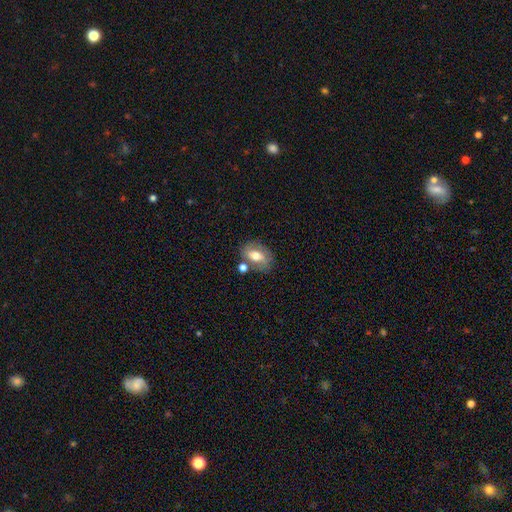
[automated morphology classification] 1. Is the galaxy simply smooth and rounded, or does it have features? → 61% smooth, 30% featured or disk, 9% star or artifact.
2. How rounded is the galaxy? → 79% in between, 19% round, 2% cigar-shaped.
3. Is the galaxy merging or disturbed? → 62% none, 17% minor disturbance, 16% merger, 6% major disturbance.